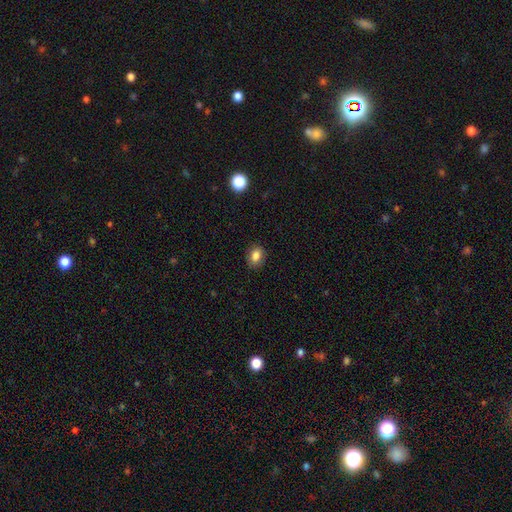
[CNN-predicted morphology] smooth_or_featured: smooth (p=0.84) [alt: star or artifact p=0.10]
how_rounded: in between (p=0.70) [alt: round p=0.29]
merging: none (p=0.87) [alt: minor disturbance p=0.10]